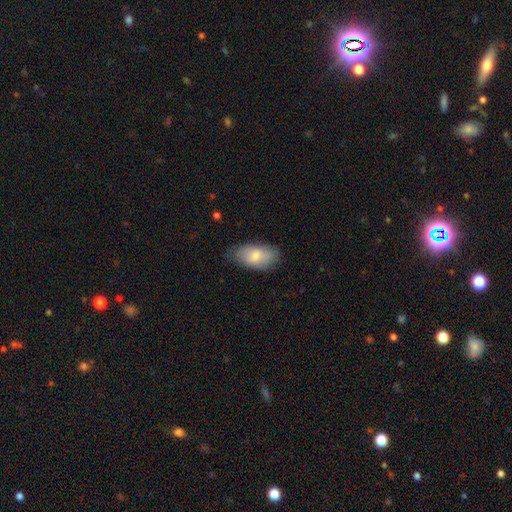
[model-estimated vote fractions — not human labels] Smooth or featured? smooth (79%)
How rounded? in between (94%)
Merging? none (72%)